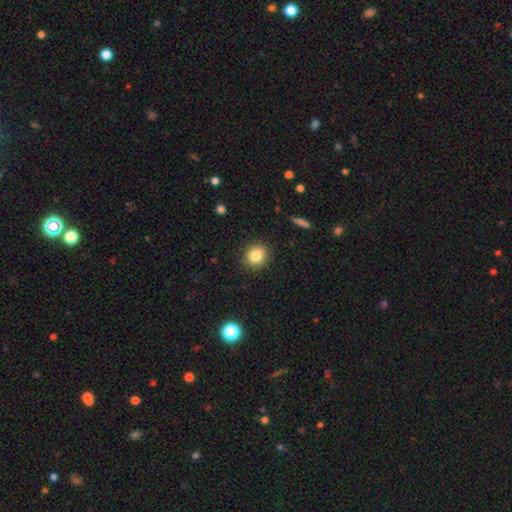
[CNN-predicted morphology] Overall: smooth (83%). How rounded: round (82%). Merging: none (90%).